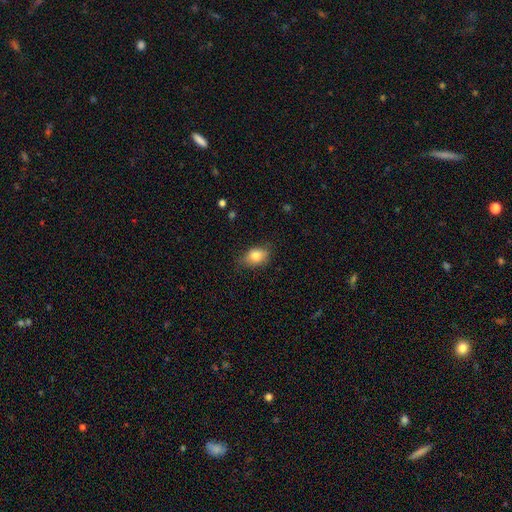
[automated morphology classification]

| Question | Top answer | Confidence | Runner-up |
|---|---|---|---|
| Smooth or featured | smooth | 82% | featured or disk (10%) |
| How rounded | in between | 79% | round (19%) |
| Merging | none | 73% | minor disturbance (22%) |